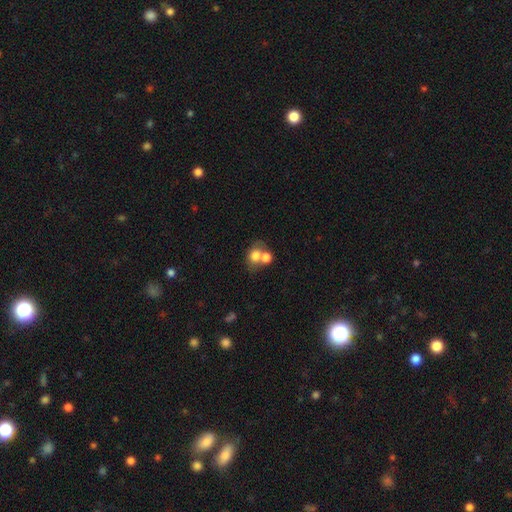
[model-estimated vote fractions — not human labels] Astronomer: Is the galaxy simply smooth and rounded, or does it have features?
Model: smooth — 72%.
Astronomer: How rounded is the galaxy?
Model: round — 57% (runner-up: in between, 42%).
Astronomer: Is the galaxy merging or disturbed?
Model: merger — 54% (runner-up: none, 31%).